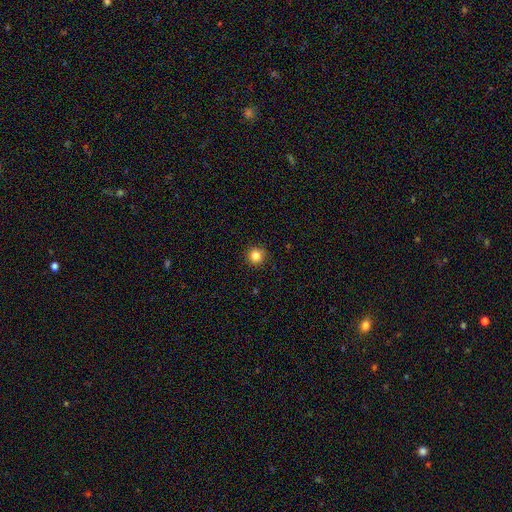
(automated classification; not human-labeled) smooth_or_featured: smooth (p=0.83) [alt: star or artifact p=0.12]
how_rounded: round (p=0.94) [alt: in between p=0.05]
merging: none (p=0.91) [alt: minor disturbance p=0.06]